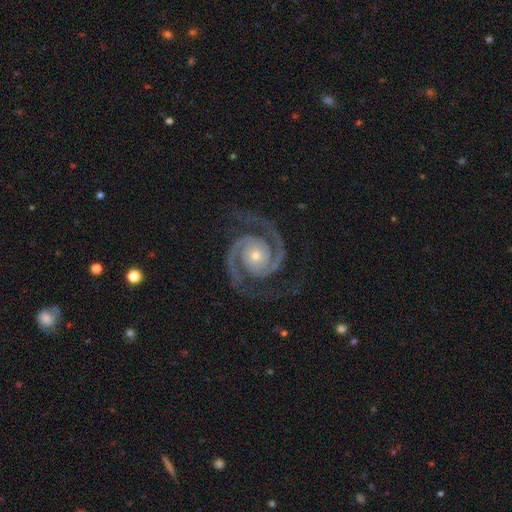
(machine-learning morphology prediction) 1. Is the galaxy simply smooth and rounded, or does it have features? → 94% featured or disk, 4% star or artifact, 2% smooth.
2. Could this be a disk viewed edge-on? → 98% no, 2% yes.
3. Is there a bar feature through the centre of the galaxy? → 75% no, 15% weak, 9% strong.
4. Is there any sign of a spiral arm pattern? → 99% yes, 1% no.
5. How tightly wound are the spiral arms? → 53% tight, 42% medium, 5% loose.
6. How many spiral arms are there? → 94% 2, 2% 3, 1% can't tell, 1% 1, 1% 4, 1% more than 4.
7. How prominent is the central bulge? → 54% small, 42% moderate, 2% large, 1% none, 1% dominant.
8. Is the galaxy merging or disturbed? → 84% none, 11% minor disturbance, 4% major disturbance, 1% merger.